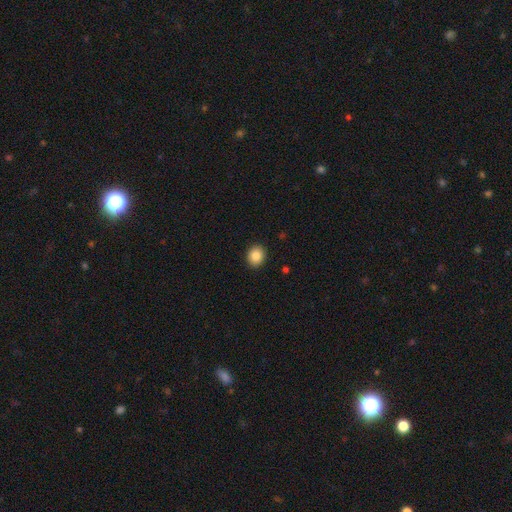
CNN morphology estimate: type=smooth (86%); roundness=round (72%); merging=none (92%).